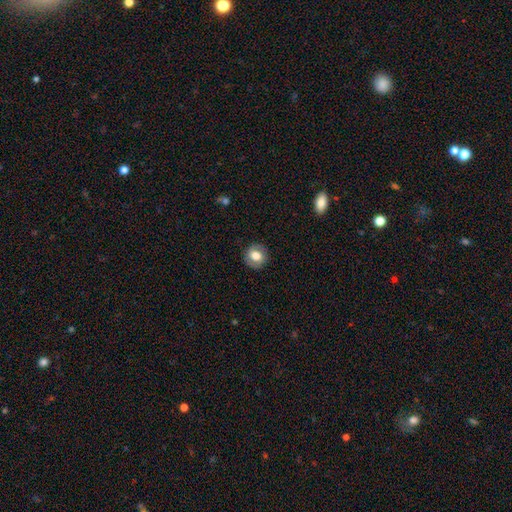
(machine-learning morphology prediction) A smooth galaxy with no disk features (67%) that is round (85%).

Vote fractions:
- Smooth or featured? smooth: 67% / featured or disk: 25% / star or artifact: 9%
- How rounded? round: 85% / in between: 14% / cigar-shaped: 1%
- Merging? none: 87% / minor disturbance: 9% / major disturbance: 3% / merger: 1%